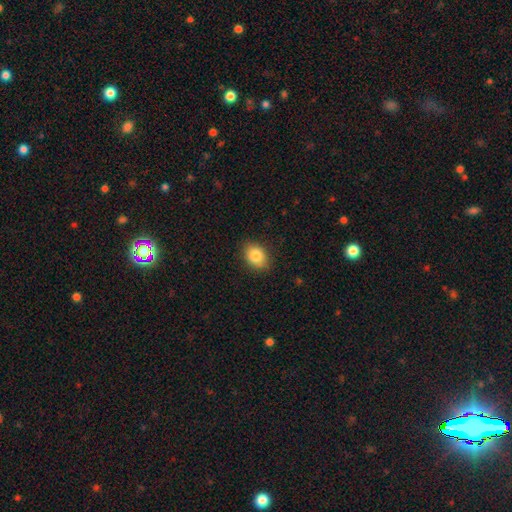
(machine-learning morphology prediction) Smooth or featured? smooth (84%)
How rounded? in between (66%)
Merging? none (86%)